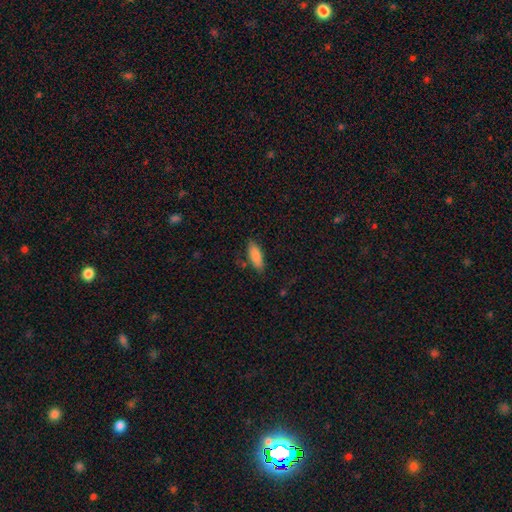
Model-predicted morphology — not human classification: Smooth or featured? Predicted: smooth (p=0.86). How rounded? Predicted: in between (p=0.72). Merging? Predicted: none (p=0.79).